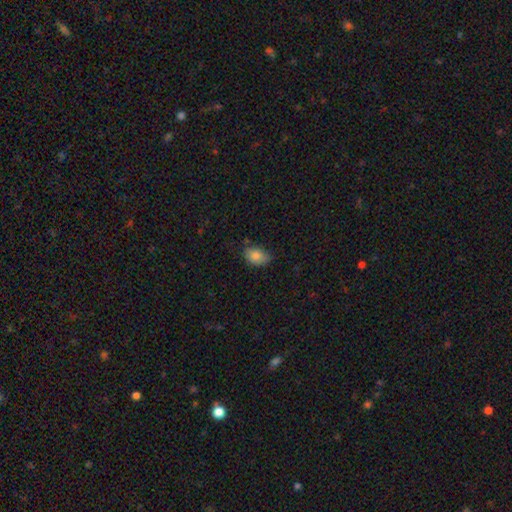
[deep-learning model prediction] Morphology: type=smooth (83%); roundness=in between (82%); merging=none (66%).